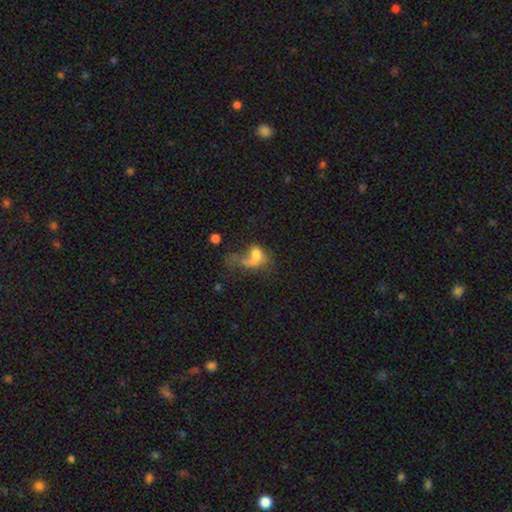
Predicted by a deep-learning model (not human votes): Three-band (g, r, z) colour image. It shows a smooth galaxy with no disk features (52%) that is in between round and cigar-shaped (69%). Merging: major disturbance (50%).